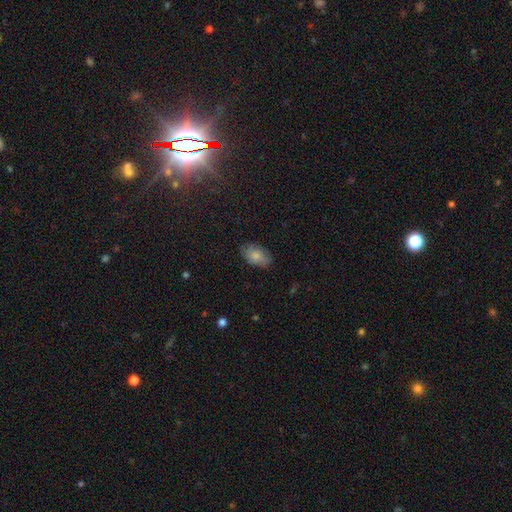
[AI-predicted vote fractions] Overall: smooth (79%). How rounded: in between (92%). Merging: none (79%).